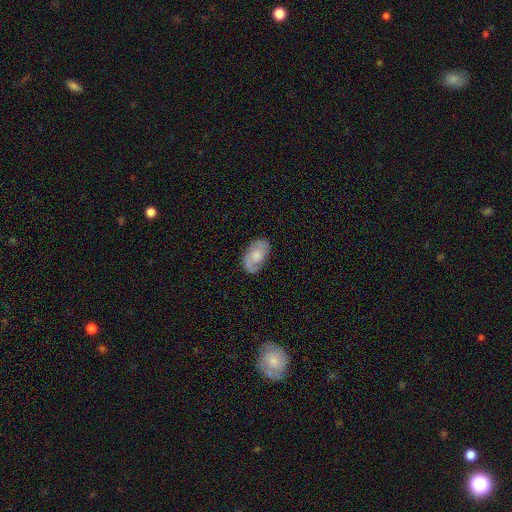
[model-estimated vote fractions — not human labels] Smooth or featured? featured or disk (54%)
Edge-on disk? no (94%)
Bar? no (70%)
Spiral arms? yes (82%)
Bulge size? moderate (51%)
Merging? none (76%)